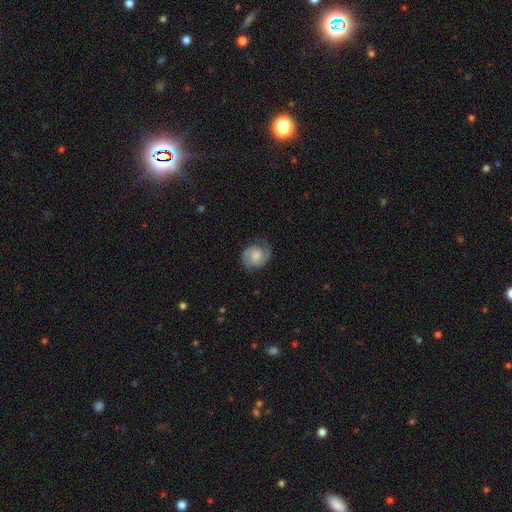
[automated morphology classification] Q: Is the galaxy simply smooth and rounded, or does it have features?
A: featured or disk — 77%.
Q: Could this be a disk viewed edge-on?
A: no — 98%.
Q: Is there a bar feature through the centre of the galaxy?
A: no — 62%.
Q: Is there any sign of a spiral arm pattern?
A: yes — 96%.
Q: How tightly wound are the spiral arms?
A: medium — 47%.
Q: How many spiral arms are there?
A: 2 — 88%.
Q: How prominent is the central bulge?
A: moderate — 43%.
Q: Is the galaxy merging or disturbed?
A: none — 76%.